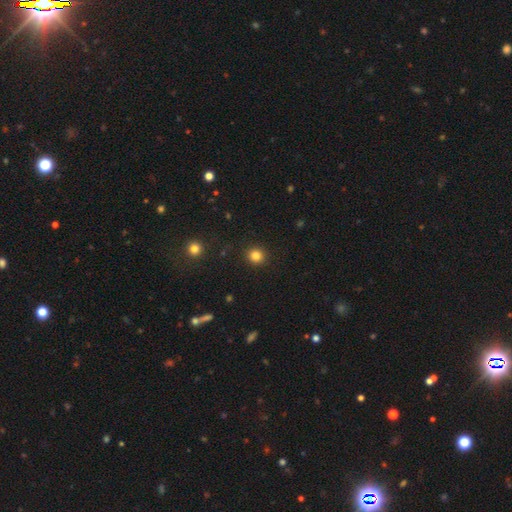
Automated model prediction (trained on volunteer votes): Smooth or featured? smooth (83%)
How rounded? round (91%)
Merging? none (91%)